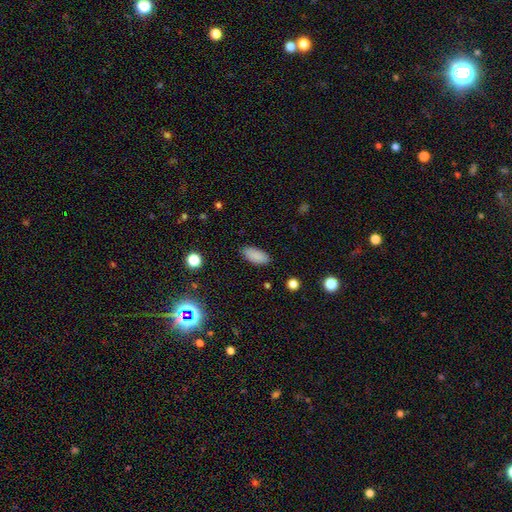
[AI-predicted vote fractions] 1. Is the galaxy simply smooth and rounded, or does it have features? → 88% smooth, 8% star or artifact, 4% featured or disk.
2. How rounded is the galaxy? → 87% in between, 11% cigar-shaped, 2% round.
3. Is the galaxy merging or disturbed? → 88% none, 9% minor disturbance, 2% major disturbance, 1% merger.